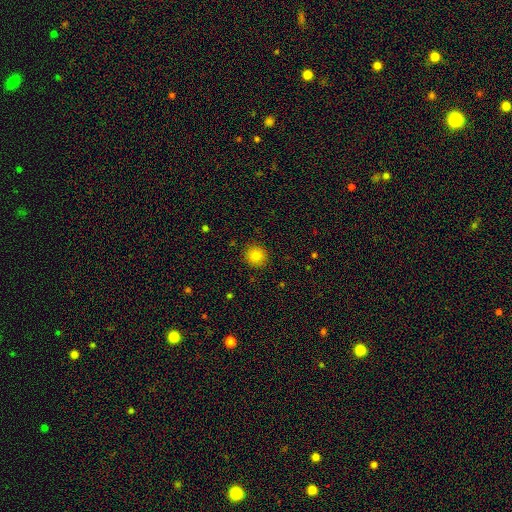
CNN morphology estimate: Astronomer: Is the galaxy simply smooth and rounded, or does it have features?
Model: smooth — 82%.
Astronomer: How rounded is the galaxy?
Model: round — 92%.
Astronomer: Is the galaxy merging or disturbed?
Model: none — 91%.